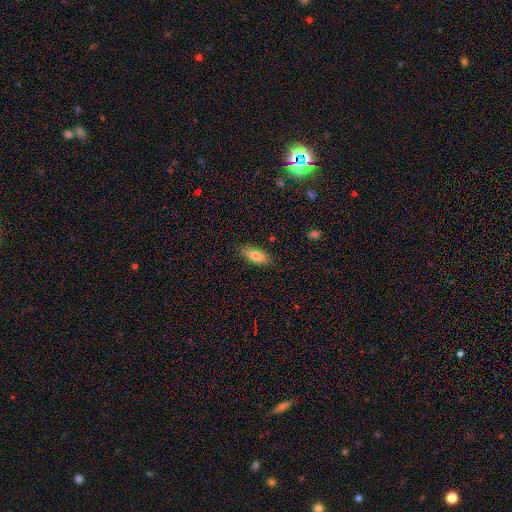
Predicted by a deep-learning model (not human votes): Morphology: type=smooth (76%); roundness=in between (78%); merging=none (84%).